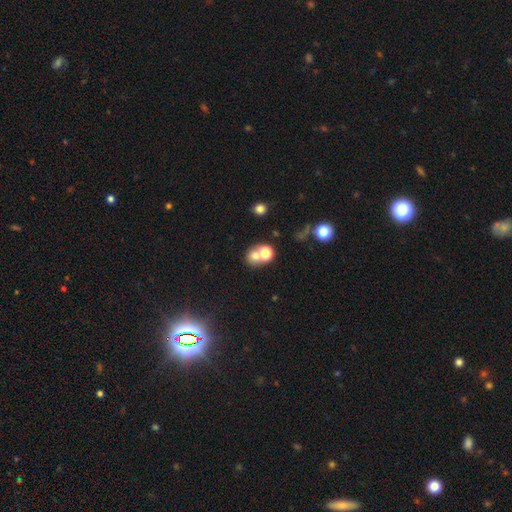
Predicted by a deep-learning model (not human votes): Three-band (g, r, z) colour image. It shows a smooth galaxy with no disk features (70%) that is round (70%). Merging: merger (55%).